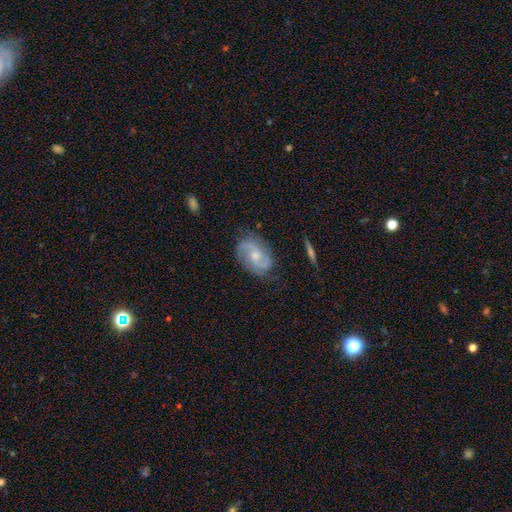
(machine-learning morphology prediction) Smooth or featured? featured or disk (84%)
Edge-on disk? no (97%)
Bar? no (58%)
Spiral arms? yes (97%)
Spiral winding? medium (51%)
Spiral arm count? 2 (83%)
Bulge size? small (51%)
Merging? none (76%)